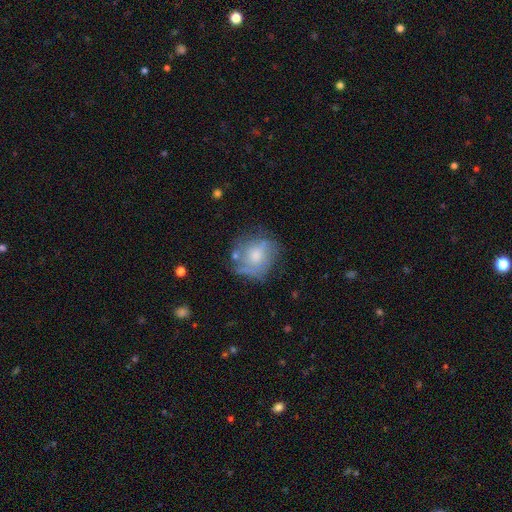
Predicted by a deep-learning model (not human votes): Smooth or featured?
  - smooth: 48% *
  - featured or disk: 43%
  - star or artifact: 9%
Merging?
  - none: 53% *
  - minor disturbance: 27%
  - major disturbance: 15%
  - merger: 6%